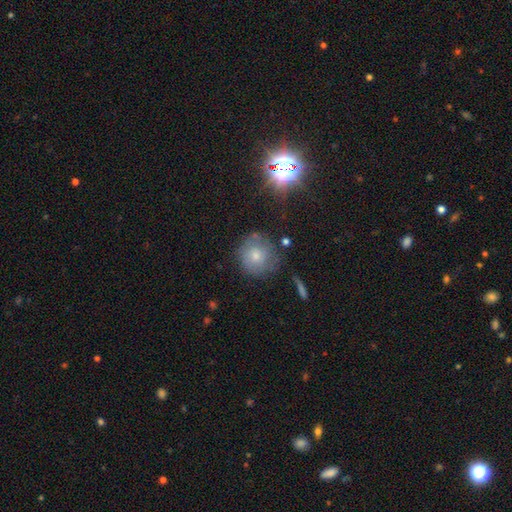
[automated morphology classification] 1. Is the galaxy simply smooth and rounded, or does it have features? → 65% smooth, 23% featured or disk, 12% star or artifact.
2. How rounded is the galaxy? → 90% round, 9% in between, 1% cigar-shaped.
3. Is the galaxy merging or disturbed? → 66% none, 22% minor disturbance, 8% major disturbance, 4% merger.